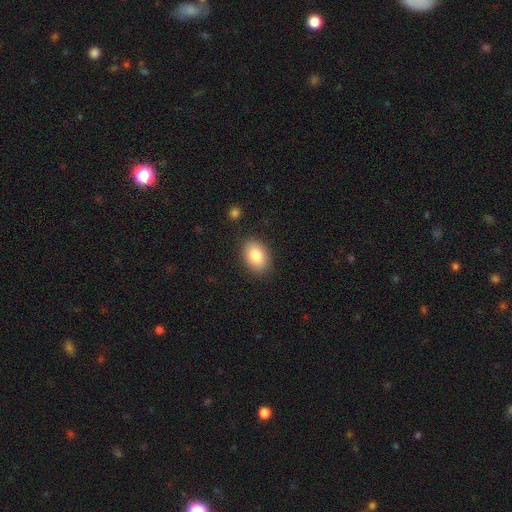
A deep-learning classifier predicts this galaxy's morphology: A smooth galaxy with no disk features (84%) that is in between round and cigar-shaped (85%).

Vote fractions:
- Smooth or featured? smooth: 84% / featured or disk: 8% / star or artifact: 7%
- How rounded? in between: 85% / round: 14% / cigar-shaped: 1%
- Merging? none: 86% / minor disturbance: 10% / major disturbance: 3% / merger: 2%